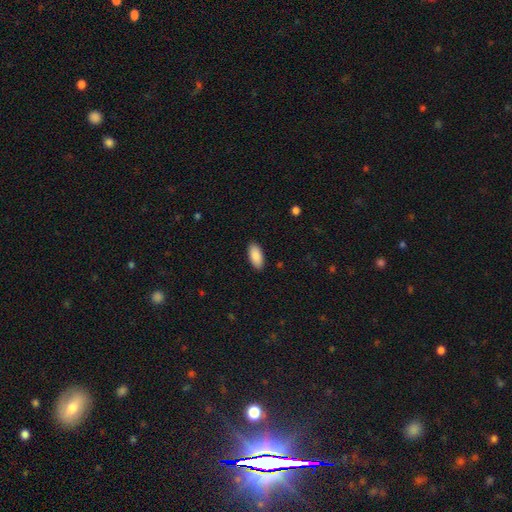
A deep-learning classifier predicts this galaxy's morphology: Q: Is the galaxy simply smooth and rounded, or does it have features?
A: smooth — 89%.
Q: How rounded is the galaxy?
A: in between — 92%.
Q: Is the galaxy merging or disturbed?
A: none — 90%.